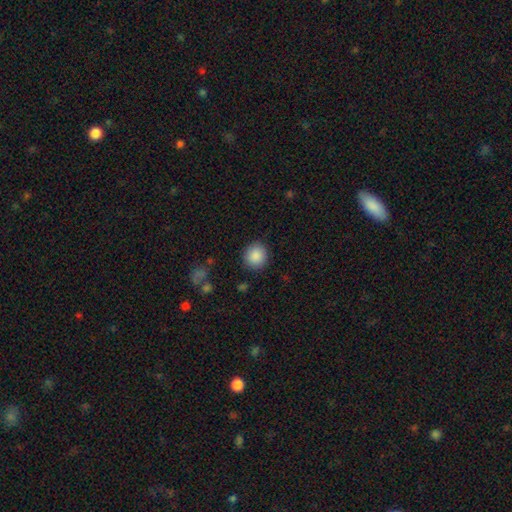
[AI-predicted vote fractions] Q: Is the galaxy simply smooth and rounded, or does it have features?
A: smooth — 89%.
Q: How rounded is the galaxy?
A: round — 86%.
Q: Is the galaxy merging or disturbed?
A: none — 89%.